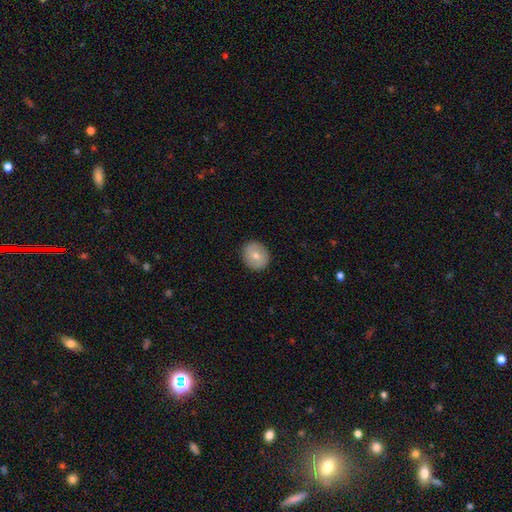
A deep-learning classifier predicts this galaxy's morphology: Q: Smooth or featured?
A: smooth (69%); runner-up: featured or disk (23%)
Q: How rounded?
A: round (81%); runner-up: in between (18%)
Q: Merging?
A: none (90%); runner-up: minor disturbance (7%)